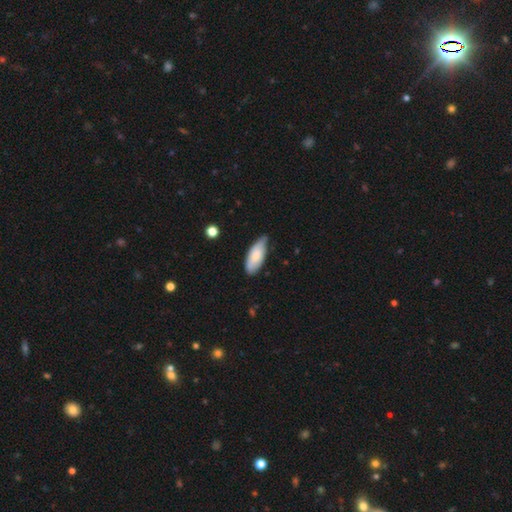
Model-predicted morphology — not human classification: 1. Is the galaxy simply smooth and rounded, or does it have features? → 77% smooth, 17% featured or disk, 6% star or artifact.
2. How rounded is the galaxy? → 82% in between, 16% cigar-shaped, 2% round.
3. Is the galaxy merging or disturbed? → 63% none, 32% minor disturbance, 4% major disturbance, 2% merger.